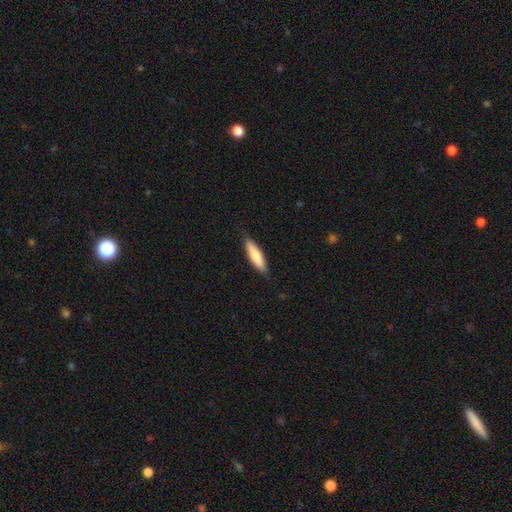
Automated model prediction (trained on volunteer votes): This is likely a smooth galaxy (76%). How rounded: likely cigar-shaped (67%). Merging: clearly none (84%).